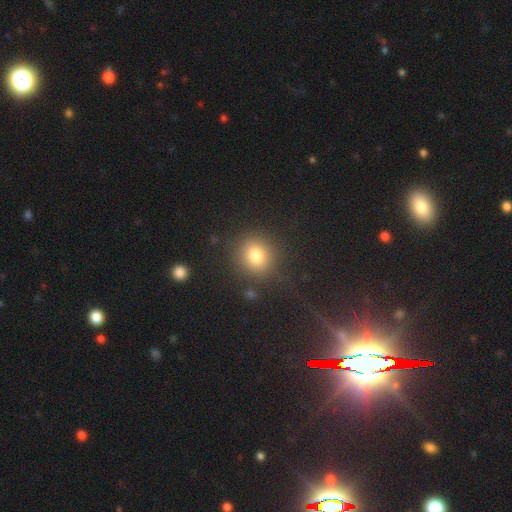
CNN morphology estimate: smooth 79%, star or artifact 14%, featured or disk 8%. Down the decision tree: how rounded — round (84%); merging — none (84%).